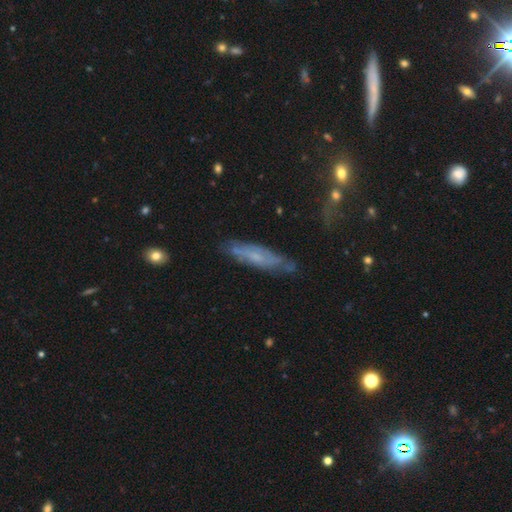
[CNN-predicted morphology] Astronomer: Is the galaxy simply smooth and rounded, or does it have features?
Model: featured or disk — 55% (runner-up: smooth, 36%).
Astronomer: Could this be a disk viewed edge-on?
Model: no — 52% (runner-up: yes, 48%).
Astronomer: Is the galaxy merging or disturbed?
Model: none — 72%.